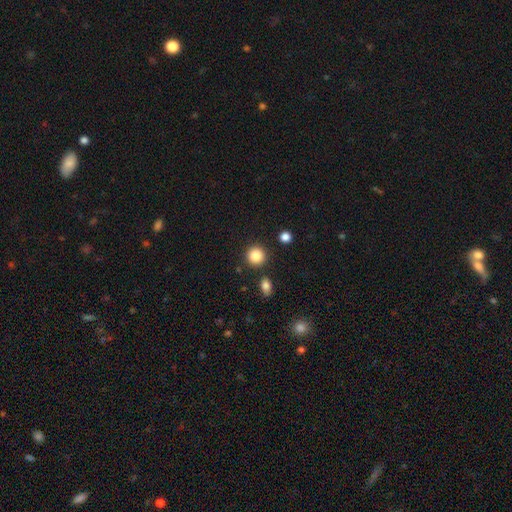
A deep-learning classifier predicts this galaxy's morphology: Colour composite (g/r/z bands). It shows a smooth galaxy with no disk features (87%) that is round (92%). Merging: none (88%).